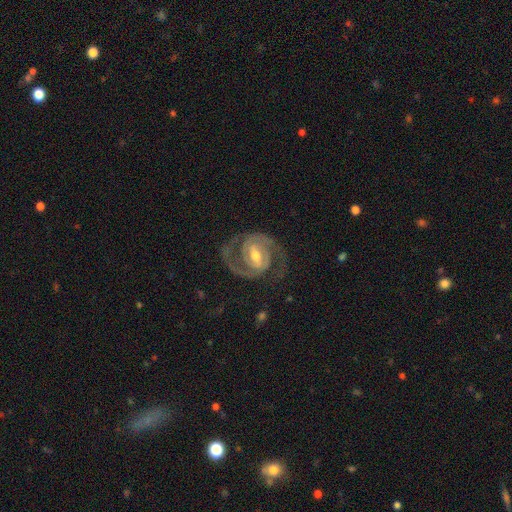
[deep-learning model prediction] Overall: featured or disk (92%). Edge-on disk: no (98%). Bar: weak (47%; strong 38%). Spiral arms: yes (98%). Spiral arm count: 2 (93%). Spiral winding: medium (52%; tight 38%). Bulge size: moderate (68%). Merging: none (77%).